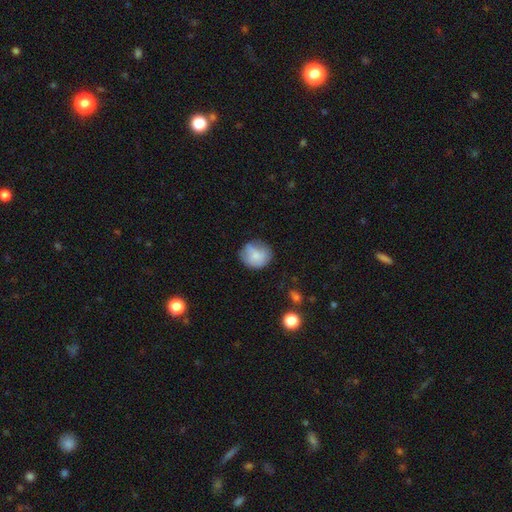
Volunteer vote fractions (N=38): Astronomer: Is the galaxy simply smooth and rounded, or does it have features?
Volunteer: smooth — 87%.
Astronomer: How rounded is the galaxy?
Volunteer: round — 82%.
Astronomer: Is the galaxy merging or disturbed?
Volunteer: none — 59% (runner-up: minor disturbance, 35%).